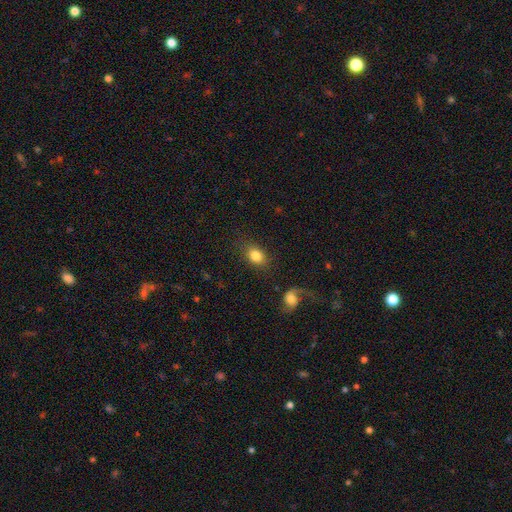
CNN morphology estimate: A smooth galaxy with no disk features (82%) that is in between round and cigar-shaped (68%).

Vote fractions:
- Smooth or featured? smooth: 82% / featured or disk: 10% / star or artifact: 8%
- How rounded? in between: 68% / round: 31% / cigar-shaped: 2%
- Merging? none: 79% / minor disturbance: 12% / major disturbance: 5% / merger: 4%